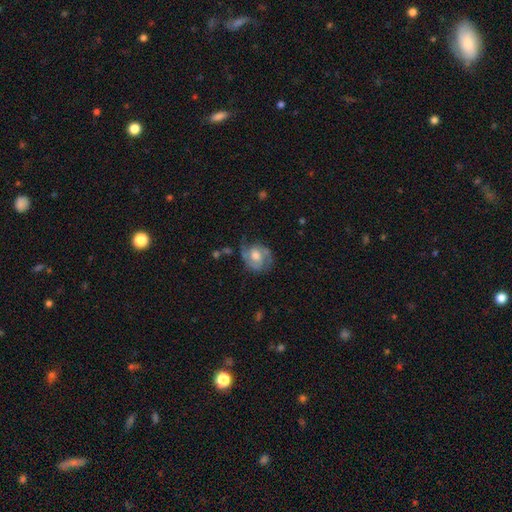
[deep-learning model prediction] Smooth or featured: featured or disk — 71% (smooth — 22%)
Edge-on disk: no — 97% (yes — 3%)
Bar: no — 63% (weak — 31%)
Spiral arms: yes — 90% (no — 10%)
Spiral winding: medium — 46% (tight — 37%)
Spiral arm count: 2 — 78% (can't tell — 10%)
Bulge size: moderate — 55% (large — 26%)
Merging: none — 63% (minor disturbance — 22%)